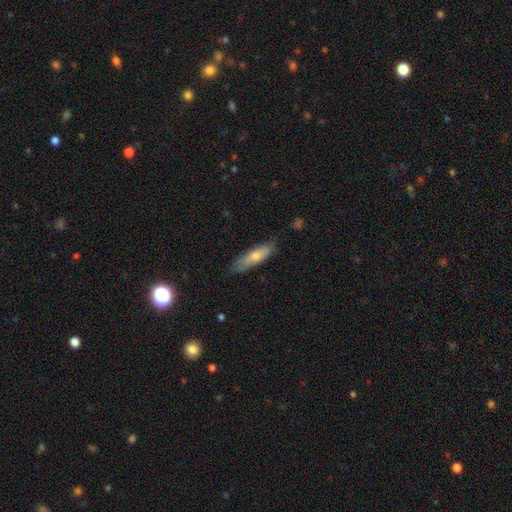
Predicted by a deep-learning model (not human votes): smooth-or-featured: smooth: 61% | featured or disk: 32% | star or artifact: 7%
  how-rounded: cigar-shaped: 66% | in between: 32% | round: 2%
  merging: none: 79% | minor disturbance: 17% | major disturbance: 3% | merger: 1%